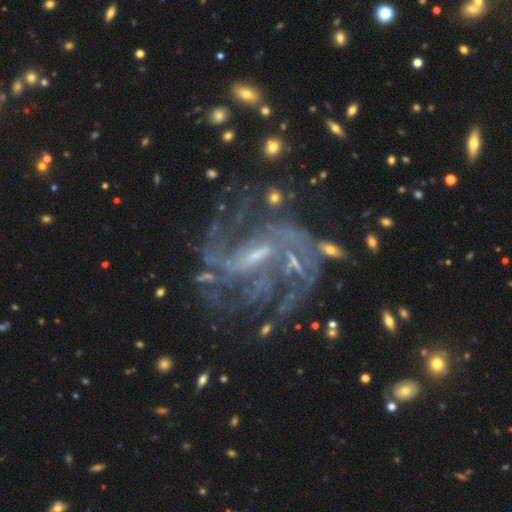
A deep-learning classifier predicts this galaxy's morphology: The model was most divided on "spiral arm count": can't tell: 24%, 2: 20%, 3: 19%, 4: 18%, more than 4: 11%, 1: 8%. Remaining: edge-on disk — no (97%); spiral arms — yes (95%); smooth or featured — featured or disk (88%); merging — none (60%); bulge size — small (52%); bar — weak (48%); spiral winding — medium (47%).